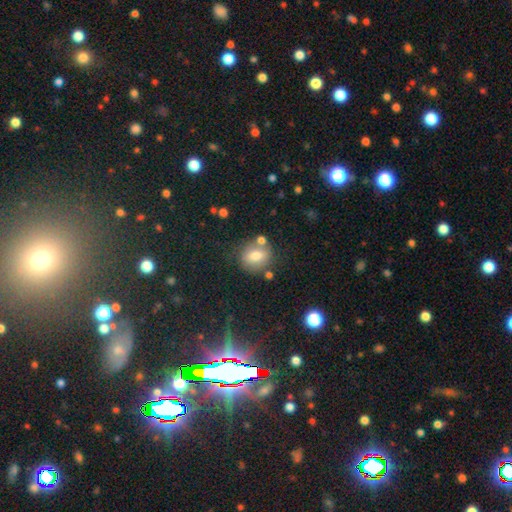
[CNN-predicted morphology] A smooth galaxy with no disk features (70%) that is round (69%).

Vote fractions:
- Smooth or featured? smooth: 70% / featured or disk: 19% / star or artifact: 11%
- How rounded? round: 69% / in between: 30% / cigar-shaped: 2%
- Merging? none: 71% / minor disturbance: 13% / merger: 11% / major disturbance: 4%